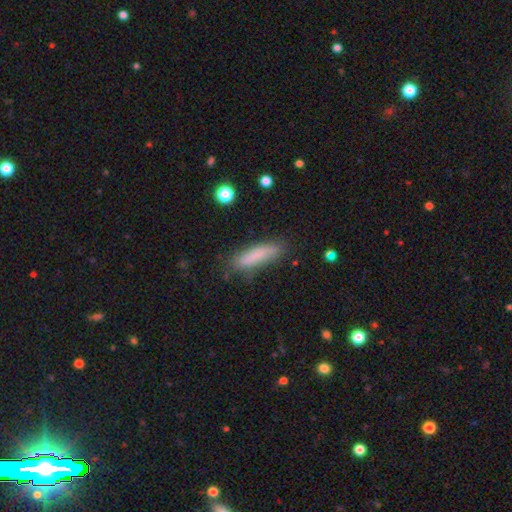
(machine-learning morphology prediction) This is clearly a smooth galaxy (81%). How rounded: likely cigar-shaped (72%). Merging: likely none (73%).